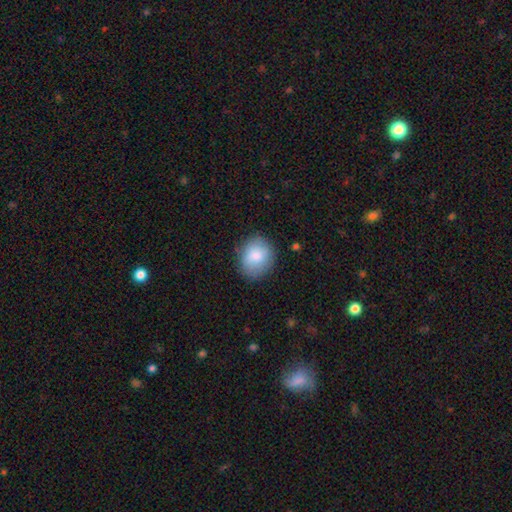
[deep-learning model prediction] smooth-or-featured: smooth: 83% | featured or disk: 10% | star or artifact: 7%
  how-rounded: round: 68% | in between: 31% | cigar-shaped: 1%
  merging: none: 81% | minor disturbance: 14% | major disturbance: 4% | merger: 1%